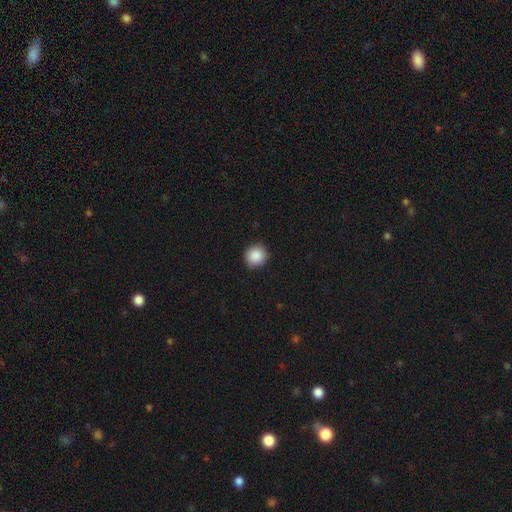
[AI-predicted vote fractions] smooth-or-featured: smooth: 89% | star or artifact: 8% | featured or disk: 3%
  how-rounded: round: 92% | in between: 7% | cigar-shaped: 1%
  merging: none: 92% | minor disturbance: 6% | major disturbance: 2% | merger: 1%